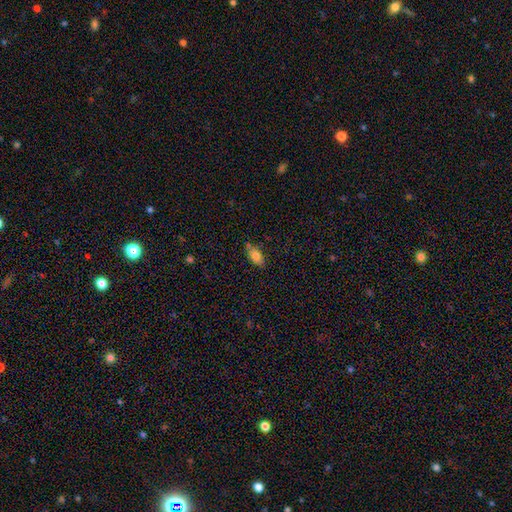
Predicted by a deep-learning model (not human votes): A smooth galaxy with no disk features (77%) that is in between round and cigar-shaped (88%). Merging: none (72%).